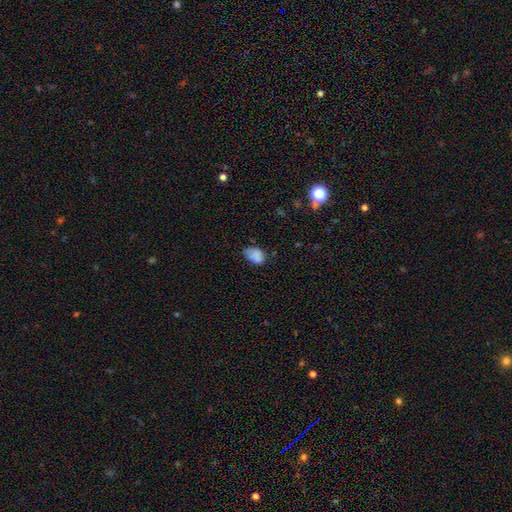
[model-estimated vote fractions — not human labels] Smooth or featured? Predicted: smooth (p=0.80). How rounded? Predicted: in between (p=0.80). Merging? Predicted: none (p=0.51).